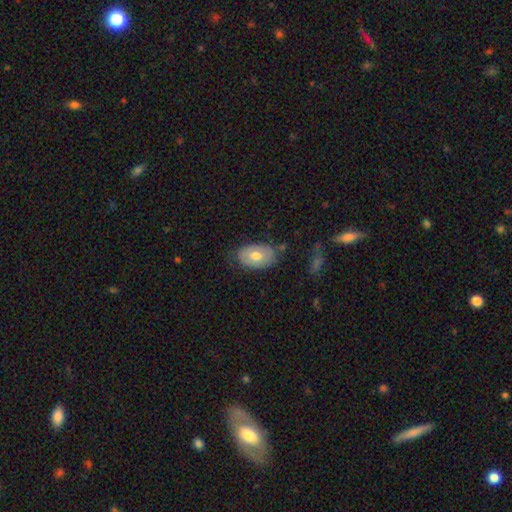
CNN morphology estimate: A smooth galaxy with no disk features (60%) that is in between round and cigar-shaped (89%).

Vote fractions:
- Smooth or featured? smooth: 60% / featured or disk: 34% / star or artifact: 6%
- How rounded? in between: 89% / round: 10% / cigar-shaped: 1%
- Merging? none: 72% / minor disturbance: 20% / major disturbance: 5% / merger: 3%